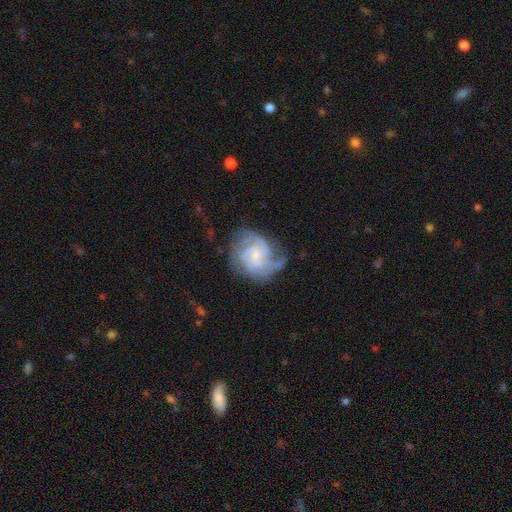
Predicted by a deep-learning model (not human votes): This appears to be a featured or disk galaxy (85%) with no bar (52%), 3 (34%) tight (49%) spiral arms (96%) and a small central bulge (62%). Merging: none (64%).